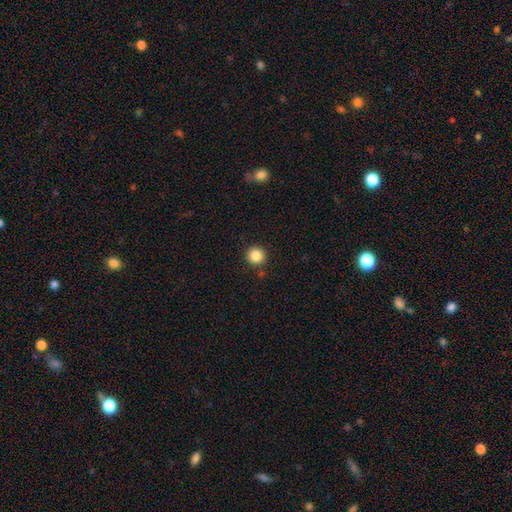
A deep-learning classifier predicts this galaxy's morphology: Overall: smooth (85%). How rounded: round (94%). Merging: none (89%).